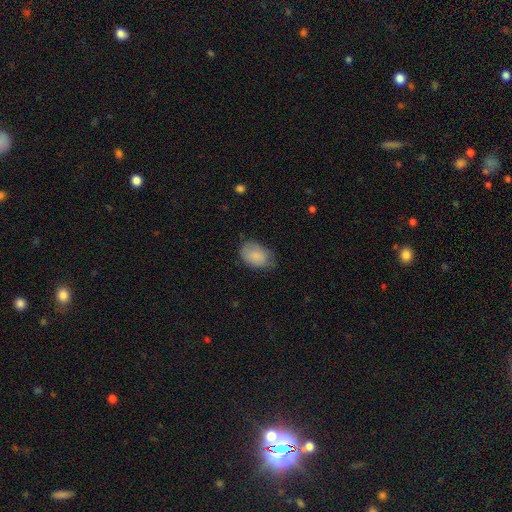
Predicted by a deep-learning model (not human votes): smooth_or_featured: smooth (p=0.84) [alt: featured or disk p=0.09]
how_rounded: in between (p=0.85) [alt: round p=0.14]
merging: none (p=0.60) [alt: minor disturbance p=0.31]